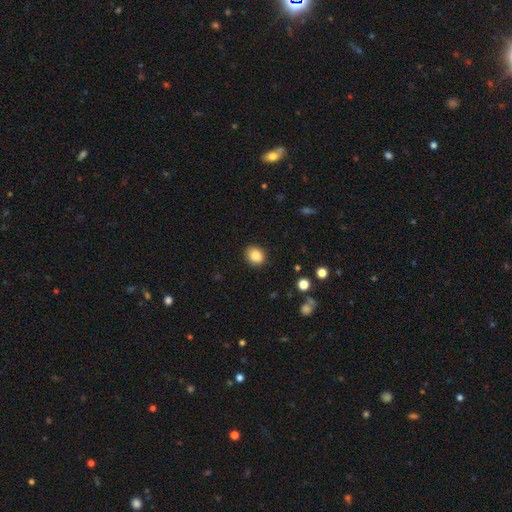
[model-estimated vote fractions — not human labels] This is clearly a smooth galaxy (86%). How rounded: likely round (66%). Merging: clearly none (87%).